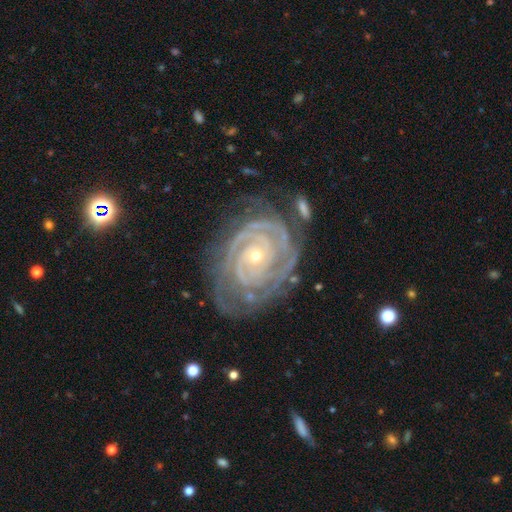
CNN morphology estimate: A featured or disk galaxy (91%) with no bar (75%), 2 (34%) tight (86%) spiral arms (98%) and a small central bulge (74%). Merging: none (67%).